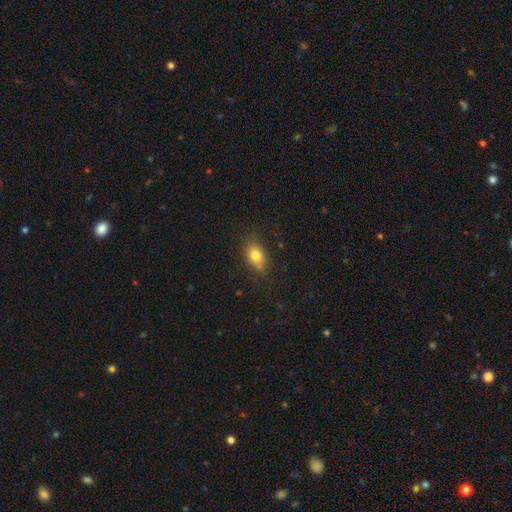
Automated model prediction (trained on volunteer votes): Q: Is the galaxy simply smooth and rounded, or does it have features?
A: smooth — 80%.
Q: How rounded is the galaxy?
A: in between — 83%.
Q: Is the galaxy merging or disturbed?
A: none — 79%.